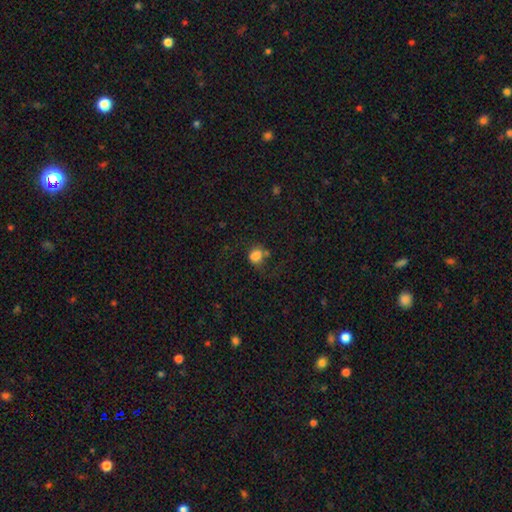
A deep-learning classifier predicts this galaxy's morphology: Smooth or featured? Predicted: smooth (p=0.77). How rounded? Predicted: round (p=0.56). Merging? Predicted: none (p=0.42).